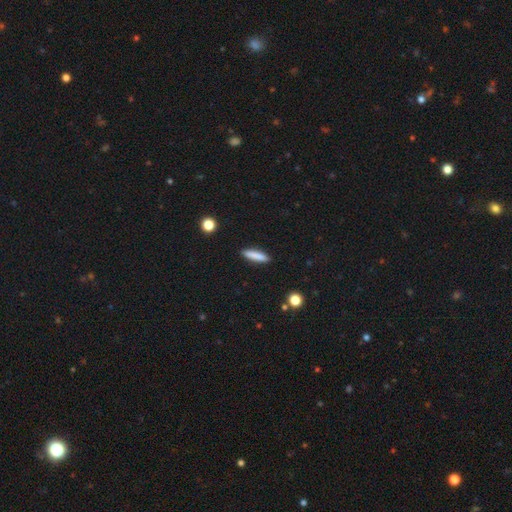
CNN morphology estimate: A smooth galaxy with no disk features (83%) that is cigar-shaped (84%).

Vote fractions:
- Smooth or featured? smooth: 83% / featured or disk: 10% / star or artifact: 7%
- How rounded? cigar-shaped: 84% / in between: 14% / round: 2%
- Merging? none: 91% / minor disturbance: 7% / major disturbance: 2% / merger: 1%